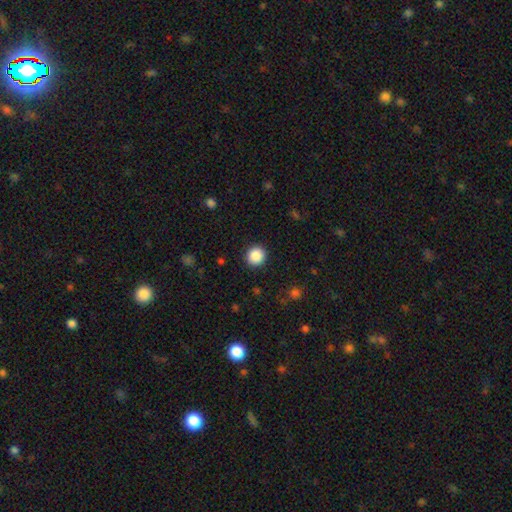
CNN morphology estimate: A smooth galaxy with no disk features (88%) that is round (92%). Merging: none (92%).